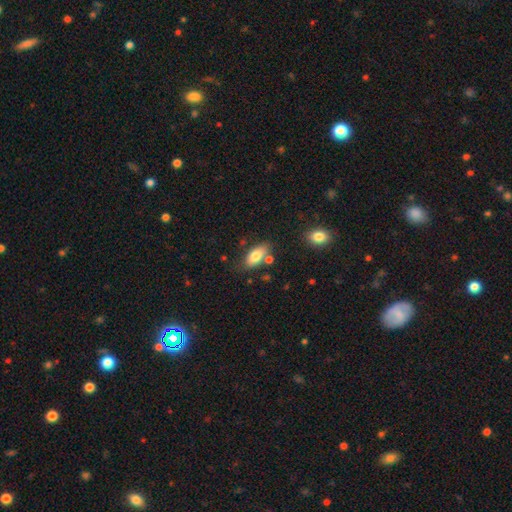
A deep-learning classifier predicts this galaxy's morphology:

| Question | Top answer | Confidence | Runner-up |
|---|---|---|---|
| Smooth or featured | smooth | 80% | featured or disk (13%) |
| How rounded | in between | 87% | cigar-shaped (9%) |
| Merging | none | 69% | minor disturbance (16%) |